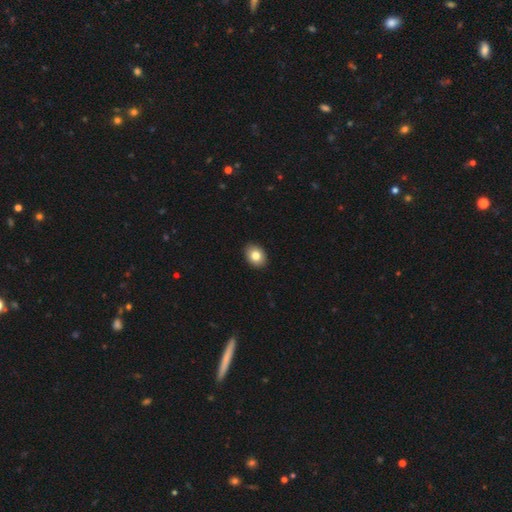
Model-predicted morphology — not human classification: A smooth galaxy with no disk features (82%) that is in between round and cigar-shaped (62%). Merging: none (91%).